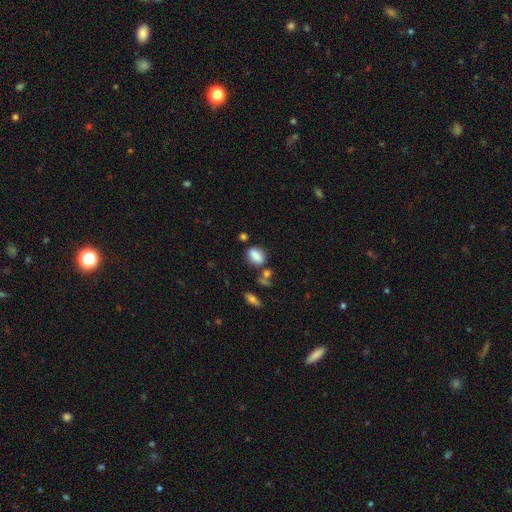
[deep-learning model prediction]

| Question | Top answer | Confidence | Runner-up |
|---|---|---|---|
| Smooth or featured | smooth | 83% | star or artifact (10%) |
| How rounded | in between | 81% | round (15%) |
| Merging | none | 61% | minor disturbance (19%) |